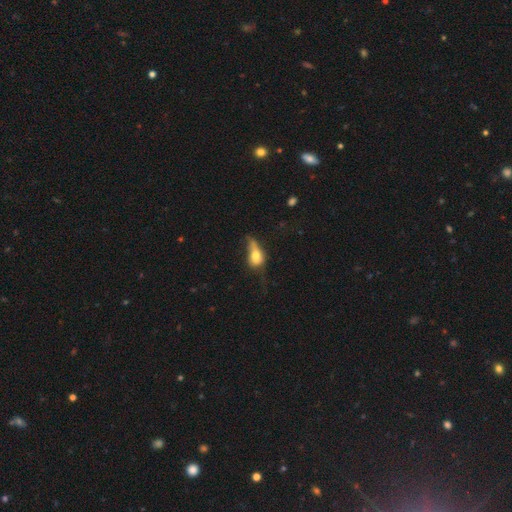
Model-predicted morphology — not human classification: Overall: smooth (64%; featured or disk 27%). How rounded: in between (78%). Merging: major disturbance (39%; minor disturbance 32%).